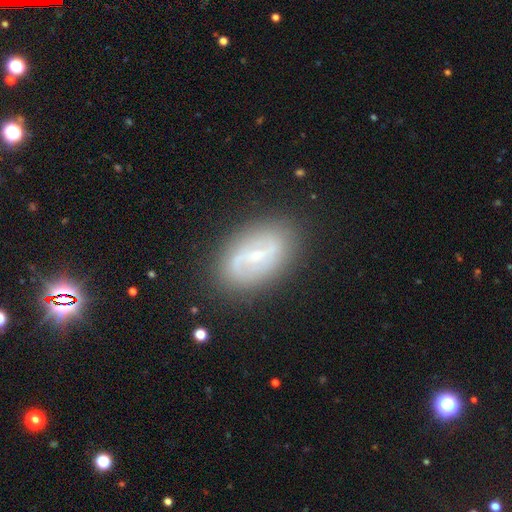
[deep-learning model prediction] smooth-or-featured: featured or disk: 72% | smooth: 21% | star or artifact: 8%
  disk-edge-on: no: 94% | yes: 6%
    bar: weak: 46% | strong: 35% | no: 19%
    has-spiral-arms: yes: 76% | no: 24%
      spiral-winding: loose: 43% | medium: 36% | tight: 21%
      spiral-arm-count: 2: 79% | can't tell: 13% | 1: 4% | 3: 2% | 4: 1% | more than 4: 1%
    bulge-size: small: 67% | moderate: 22% | none: 8% | large: 2% | dominant: 1%
  merging: none: 81% | minor disturbance: 13% | major disturbance: 5% | merger: 2%